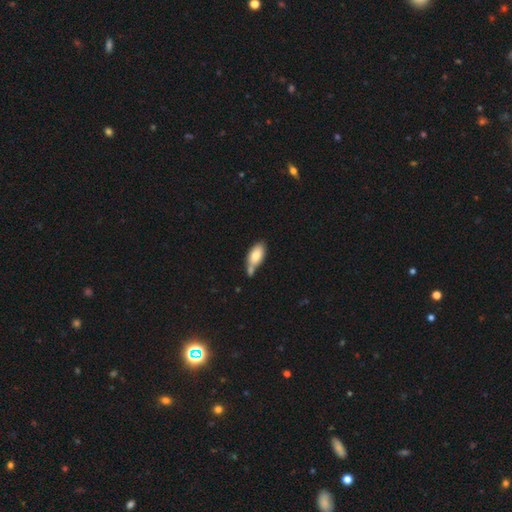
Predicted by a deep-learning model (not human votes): Smooth or featured: smooth — 78% (featured or disk — 15%)
How rounded: in between — 90% (cigar-shaped — 6%)
Merging: none — 42% (merger — 33%)